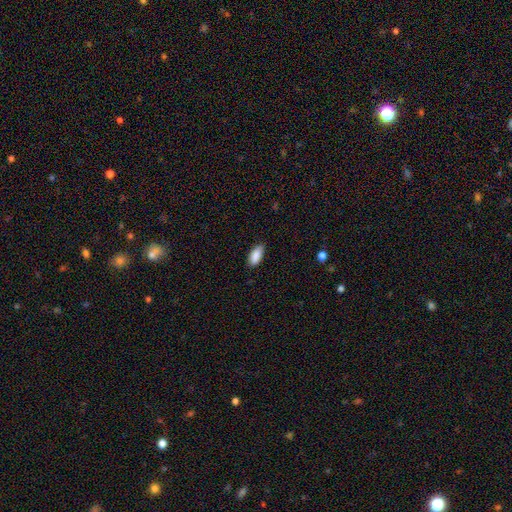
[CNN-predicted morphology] The model was most divided on "merging": none: 77%, minor disturbance: 19%, major disturbance: 3%, merger: 1%. More confident: smooth or featured — smooth (89%); how rounded — in between (88%).